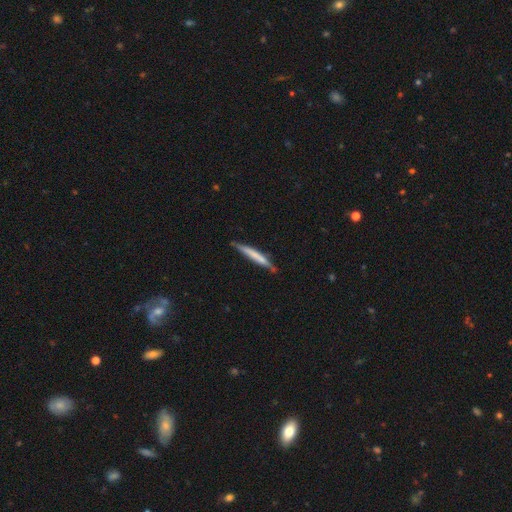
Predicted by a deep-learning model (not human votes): This is likely a smooth galaxy (60%). How rounded: clearly cigar-shaped (96%). Merging: likely none (75%).